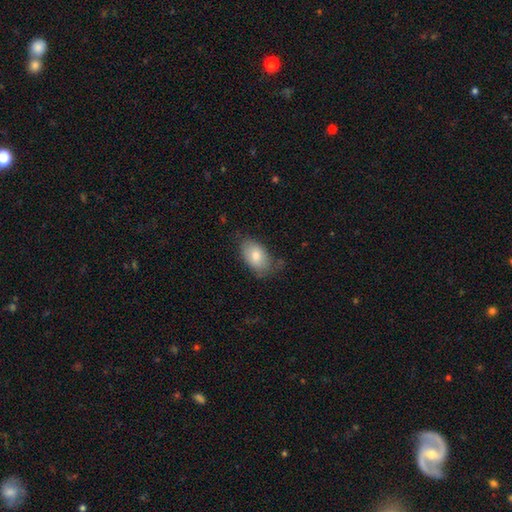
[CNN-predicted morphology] type=smooth (79%); roundness=in between (92%); merging=none (69%).